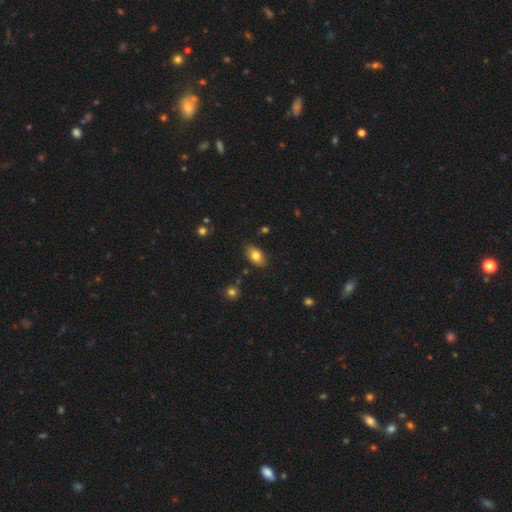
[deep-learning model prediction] A smooth galaxy with no disk features (78%) that is in between round and cigar-shaped (91%). Merging: none (81%).